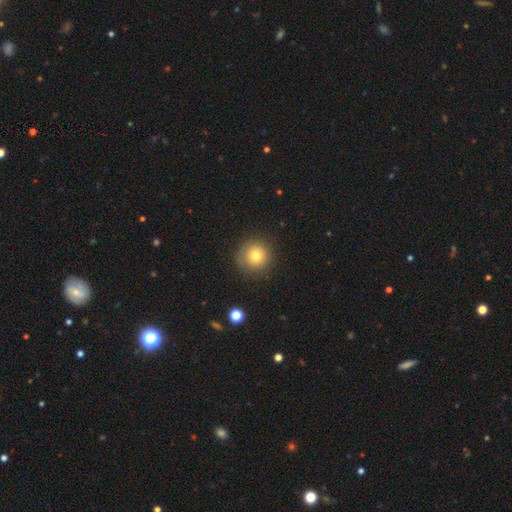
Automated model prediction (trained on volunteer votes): smooth 75%, featured or disk 14%, star or artifact 11%. Down the decision tree: how rounded — round (95%); merging — none (84%).